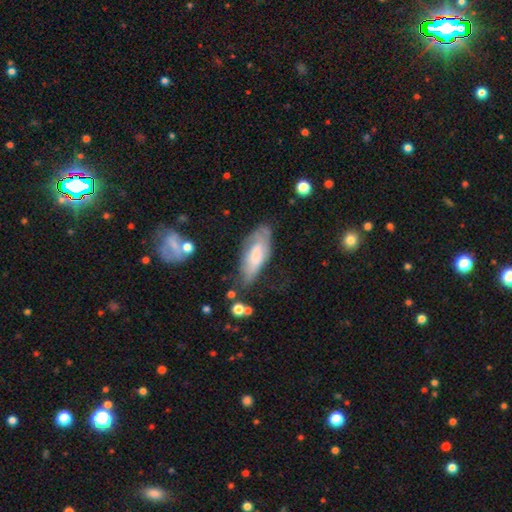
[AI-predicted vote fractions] Smooth or featured?
  - smooth: 60% *
  - featured or disk: 33%
  - star or artifact: 7%
How rounded?
  - in between: 73% *
  - cigar-shaped: 26%
  - round: 2%
Merging?
  - none: 49% *
  - minor disturbance: 31%
  - major disturbance: 15%
  - merger: 5%